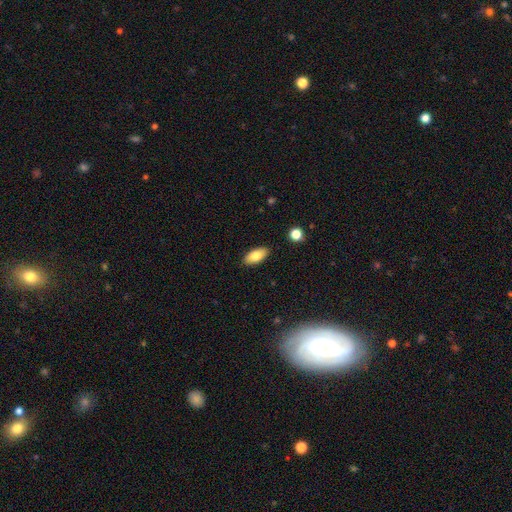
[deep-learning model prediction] smooth-or-featured: smooth: 81% | featured or disk: 12% | star or artifact: 7%
  how-rounded: in between: 90% | cigar-shaped: 7% | round: 3%
  merging: none: 88% | minor disturbance: 8% | major disturbance: 2% | merger: 1%